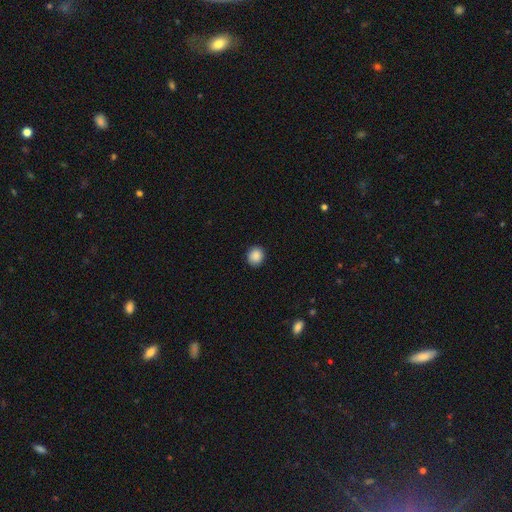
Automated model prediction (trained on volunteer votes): The model was most divided on "how rounded": round: 83%, in between: 16%, cigar-shaped: 1%. More confident: merging — none (90%); smooth or featured — smooth (88%).